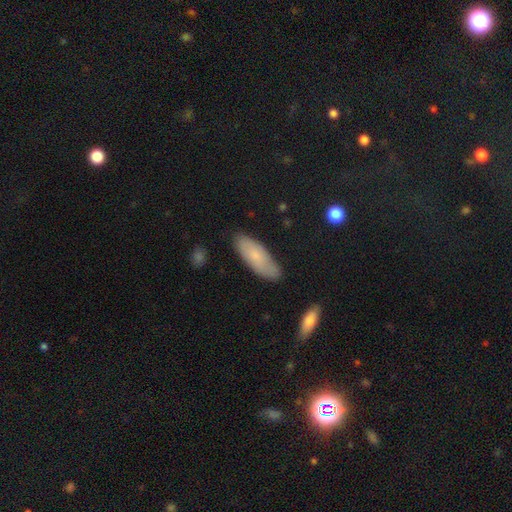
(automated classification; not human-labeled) A smooth galaxy with no disk features (75%) that is in between round and cigar-shaped (69%).

Vote fractions:
- Smooth or featured? smooth: 75% / featured or disk: 19% / star or artifact: 6%
- How rounded? in between: 69% / cigar-shaped: 30% / round: 2%
- Merging? none: 80% / minor disturbance: 16% / major disturbance: 3% / merger: 2%